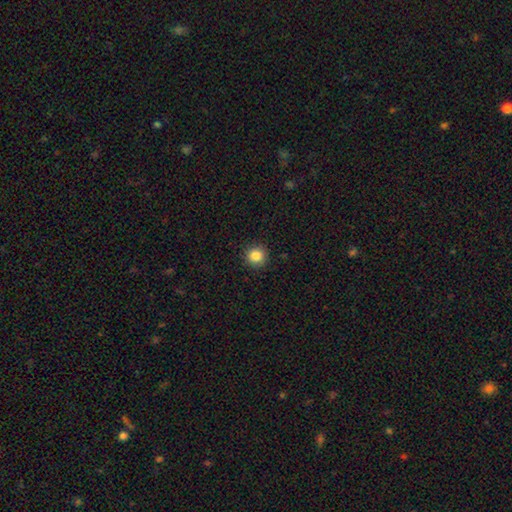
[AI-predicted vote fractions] This is clearly a smooth galaxy (85%). How rounded: clearly round (94%). Merging: clearly none (92%).